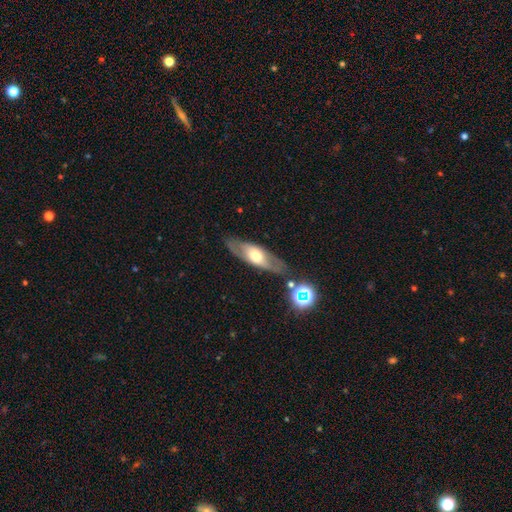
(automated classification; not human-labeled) featured or disk 56%, smooth 37%, star or artifact 7%. Down the decision tree: edge-on disk — no (57%); merging — none (80%).